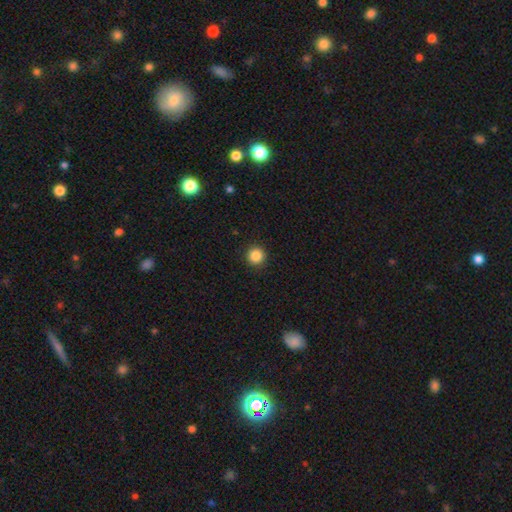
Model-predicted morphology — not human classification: This is clearly a smooth galaxy (86%). How rounded: clearly round (95%). Merging: clearly none (92%).